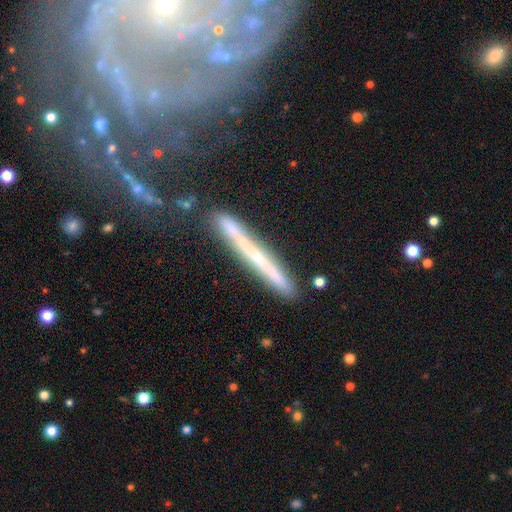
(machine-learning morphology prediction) Smooth or featured? featured or disk (58%)
Edge-on disk? yes (93%)
Edge-on bulge? none (80%)
Merging? none (81%)